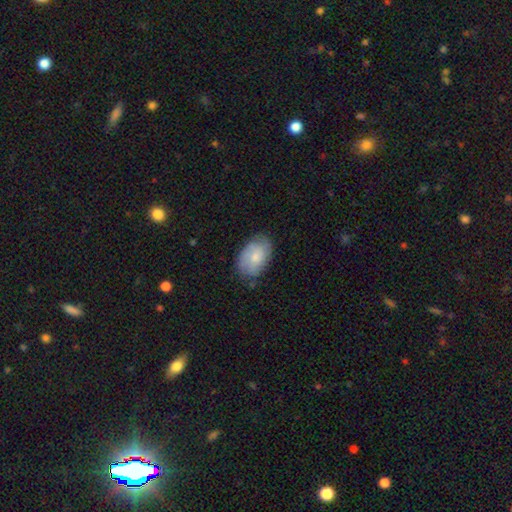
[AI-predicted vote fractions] A smooth galaxy with no disk features (66%) that is in between round and cigar-shaped (88%).

Vote fractions:
- Smooth or featured? smooth: 66% / featured or disk: 28% / star or artifact: 6%
- How rounded? in between: 88% / round: 11% / cigar-shaped: 1%
- Merging? none: 72% / minor disturbance: 21% / major disturbance: 5% / merger: 1%